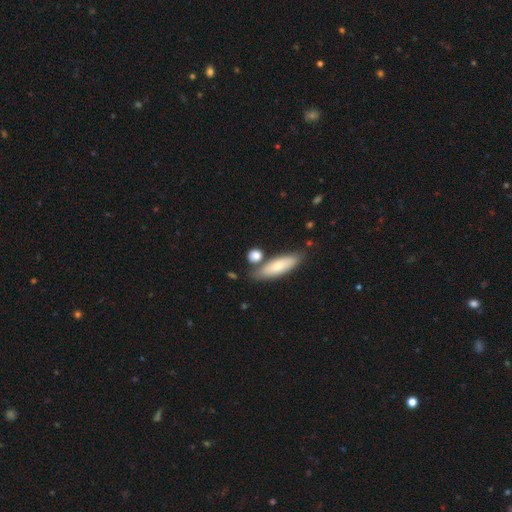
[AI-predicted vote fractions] The model was most divided on "how rounded": round: 46%, in between: 32%, cigar-shaped: 22%. More confident: smooth or featured — smooth (80%); merging — none (68%).